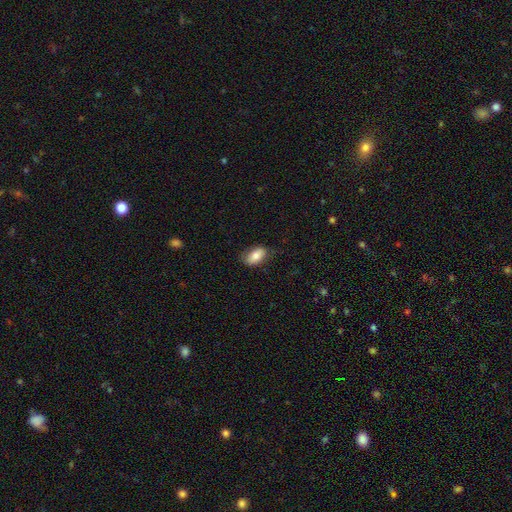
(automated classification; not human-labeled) smooth-or-featured: smooth: 78% | featured or disk: 15% | star or artifact: 7%
  how-rounded: in between: 91% | round: 5% | cigar-shaped: 4%
  merging: none: 73% | minor disturbance: 21% | major disturbance: 5% | merger: 1%